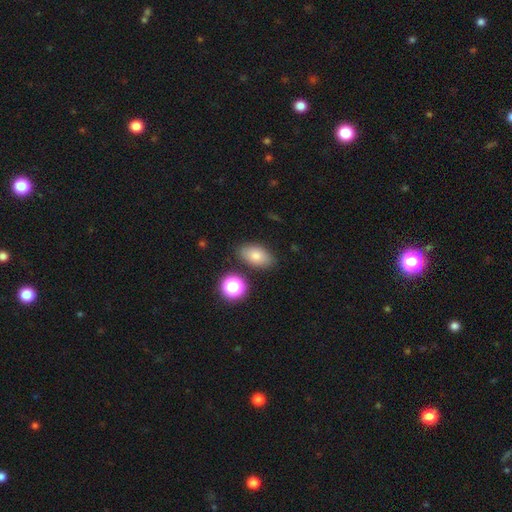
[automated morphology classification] Smooth or featured? Predicted: smooth (p=0.80). How rounded? Predicted: in between (p=0.89). Merging? Predicted: none (p=0.83).